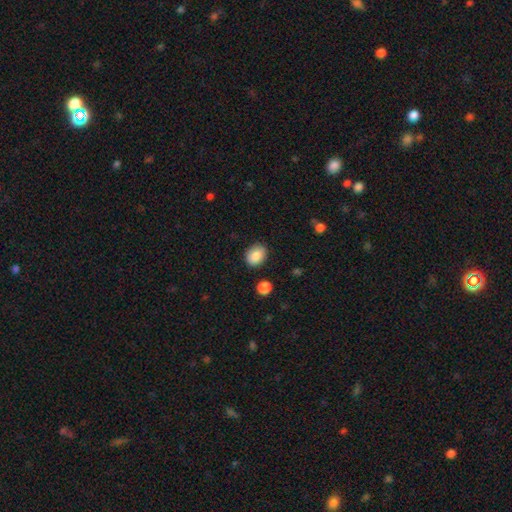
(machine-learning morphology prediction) A smooth galaxy with no disk features (87%) that is in between round and cigar-shaped (52%). Merging: none (86%).